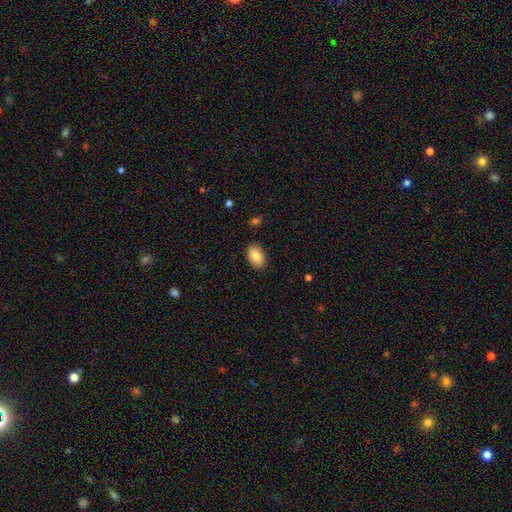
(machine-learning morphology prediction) Smooth or featured?
  - smooth: 85% *
  - featured or disk: 9%
  - star or artifact: 7%
How rounded?
  - in between: 92% *
  - round: 6%
  - cigar-shaped: 1%
Merging?
  - none: 88% *
  - minor disturbance: 9%
  - major disturbance: 2%
  - merger: 1%